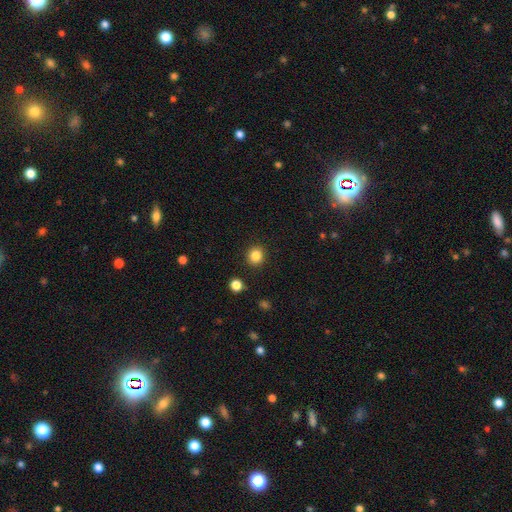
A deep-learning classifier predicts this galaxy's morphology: Smooth or featured? Predicted: smooth (p=0.85). How rounded? Predicted: round (p=0.86). Merging? Predicted: none (p=0.90).